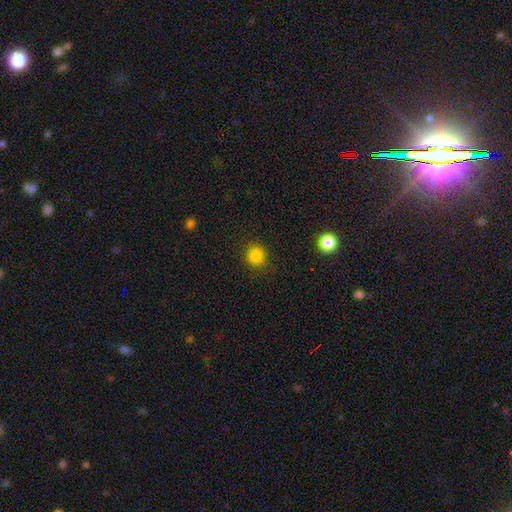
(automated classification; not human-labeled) Smooth or featured: smooth — 85% (star or artifact — 12%)
How rounded: round — 89% (in between — 10%)
Merging: none — 88% (minor disturbance — 8%)